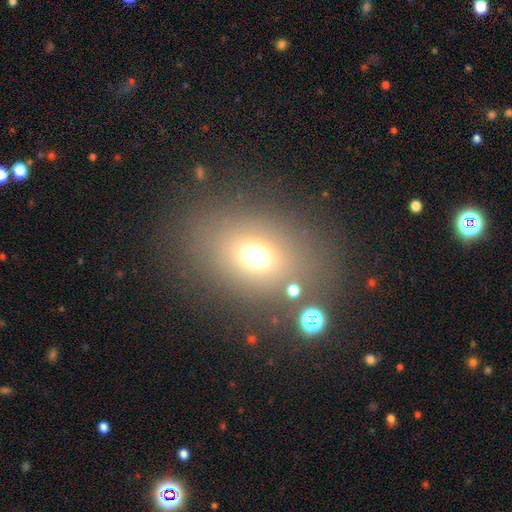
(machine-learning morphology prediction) smooth 65%, star or artifact 19%, featured or disk 16%. Down the decision tree: how rounded — in between (70%); merging — none (77%).